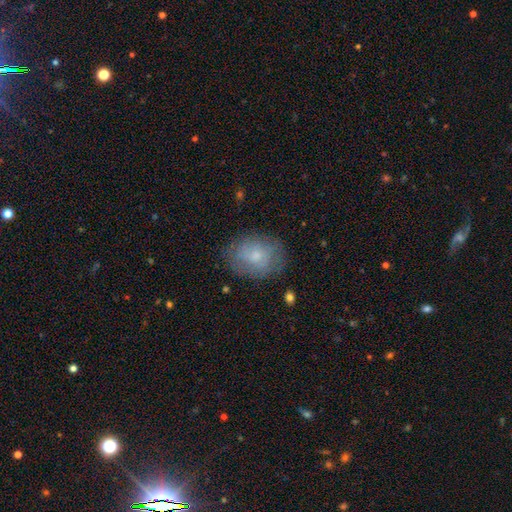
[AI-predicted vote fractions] Overall: smooth (59%; featured or disk 33%). How rounded: in between (56%; round 43%). Merging: none (72%).